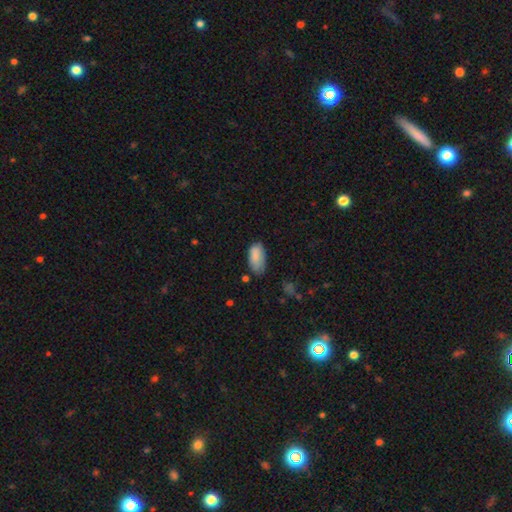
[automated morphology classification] smooth 86%, featured or disk 7%, star or artifact 7%. Down the decision tree: how rounded — in between (92%); merging — none (59%).